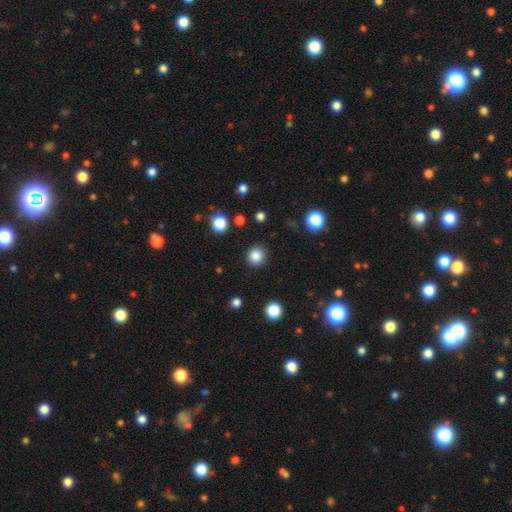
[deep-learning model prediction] Overall: smooth (85%). How rounded: round (92%). Merging: none (90%).